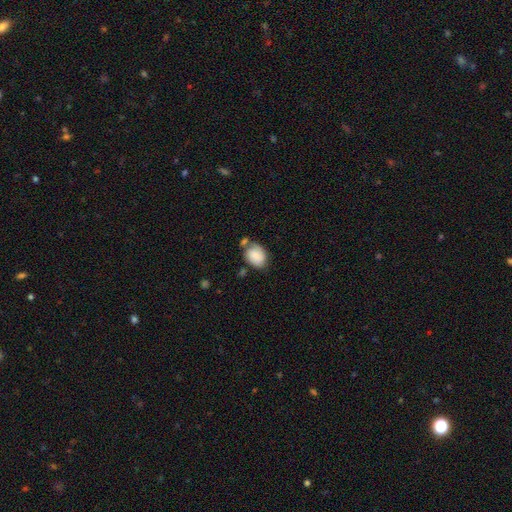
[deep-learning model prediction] The model was most divided on "merging": none: 49%, minor disturbance: 23%, merger: 20%, major disturbance: 8%. More confident: smooth or featured — smooth (83%); how rounded — in between (67%).